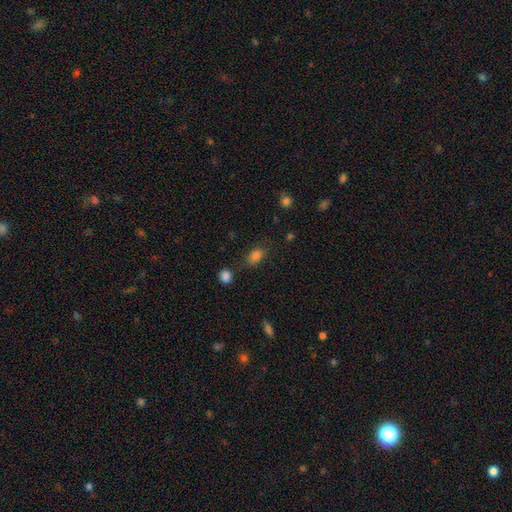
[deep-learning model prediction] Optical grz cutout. It shows a smooth galaxy with no disk features (82%) that is in between round and cigar-shaped (81%). Merging: none (73%).